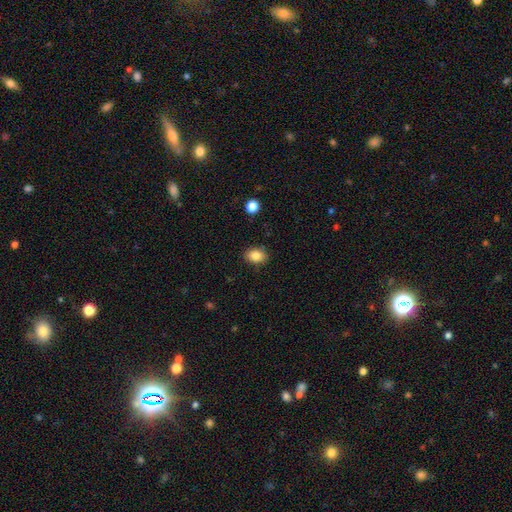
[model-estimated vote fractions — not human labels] Smooth or featured? Predicted: smooth (p=0.85). How rounded? Predicted: in between (p=0.74). Merging? Predicted: none (p=0.87).